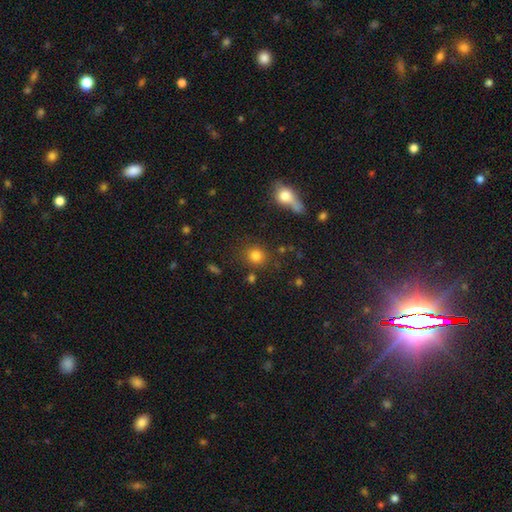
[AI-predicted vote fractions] smooth-or-featured: smooth: 81% | star or artifact: 12% | featured or disk: 6%
  how-rounded: round: 86% | in between: 12% | cigar-shaped: 1%
  merging: none: 81% | minor disturbance: 8% | merger: 7% | major disturbance: 4%